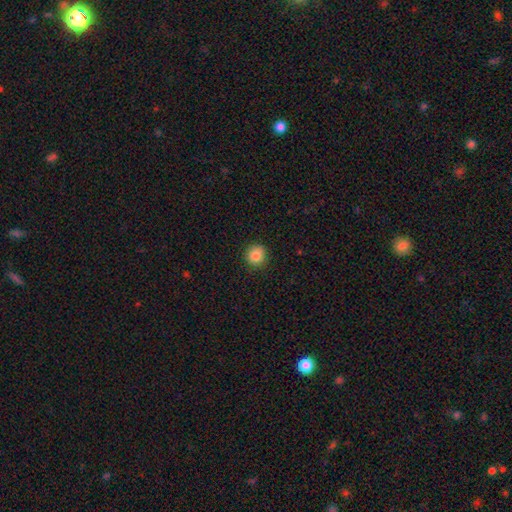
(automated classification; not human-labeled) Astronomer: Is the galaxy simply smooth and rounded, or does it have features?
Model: smooth — 84%.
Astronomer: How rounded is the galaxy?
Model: round — 92%.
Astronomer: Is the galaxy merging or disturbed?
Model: none — 89%.